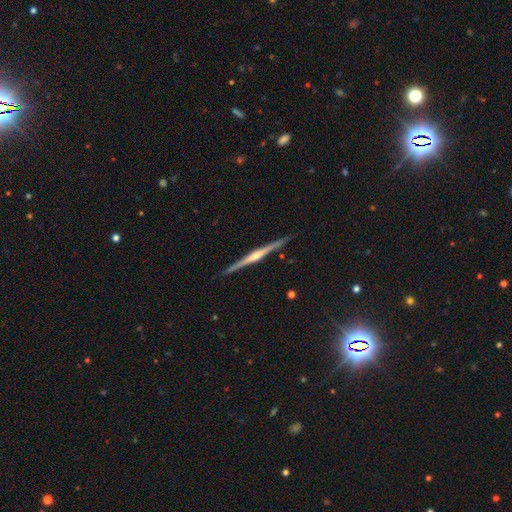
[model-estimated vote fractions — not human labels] smooth-or-featured: featured or disk: 81% | smooth: 14% | star or artifact: 5%
  disk-edge-on: yes: 98% | no: 2%
    edge-on-bulge: rounded: 74% | none: 15% | boxy: 11%
  merging: none: 90% | minor disturbance: 7% | major disturbance: 1% | merger: 1%